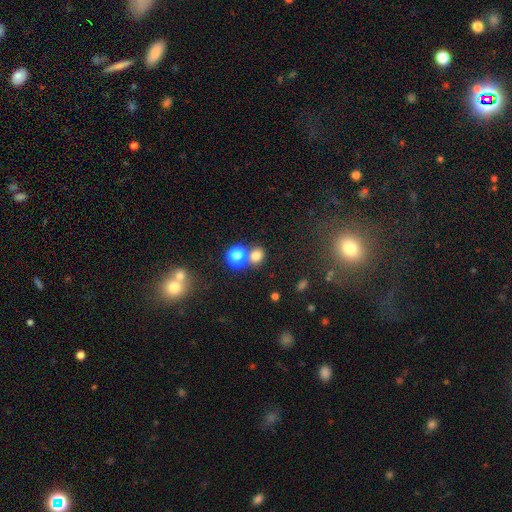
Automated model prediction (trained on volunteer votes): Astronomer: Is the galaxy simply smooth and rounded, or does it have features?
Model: smooth — 74%.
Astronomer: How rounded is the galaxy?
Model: round — 74%.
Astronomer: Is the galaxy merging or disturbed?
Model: none — 64%.